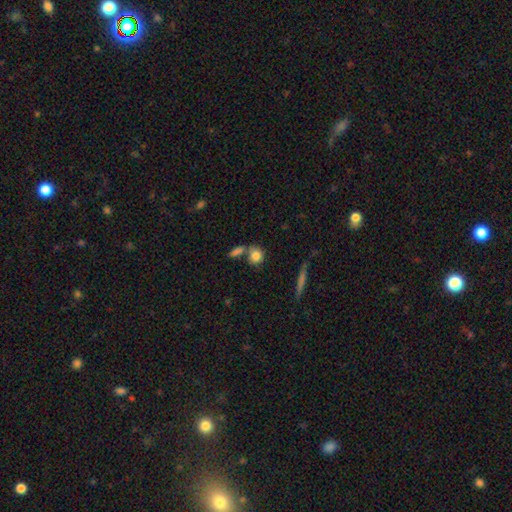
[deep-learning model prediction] Smooth or featured? Predicted: smooth (p=0.81). How rounded? Predicted: round (p=0.67). Merging? Predicted: none (p=0.52).